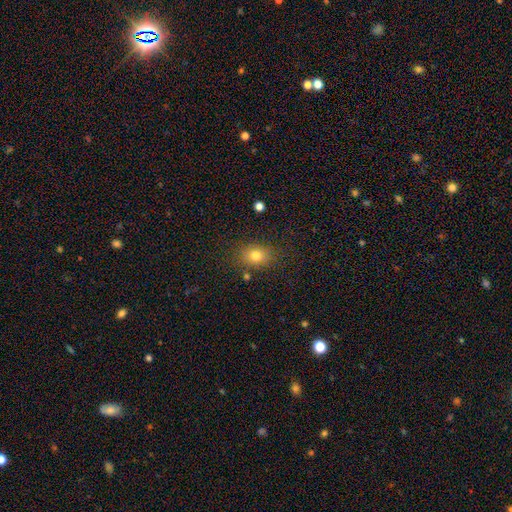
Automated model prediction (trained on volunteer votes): Q: Smooth or featured?
A: smooth (78%); runner-up: star or artifact (12%)
Q: How rounded?
A: in between (63%); runner-up: round (36%)
Q: Merging?
A: none (81%); runner-up: minor disturbance (12%)